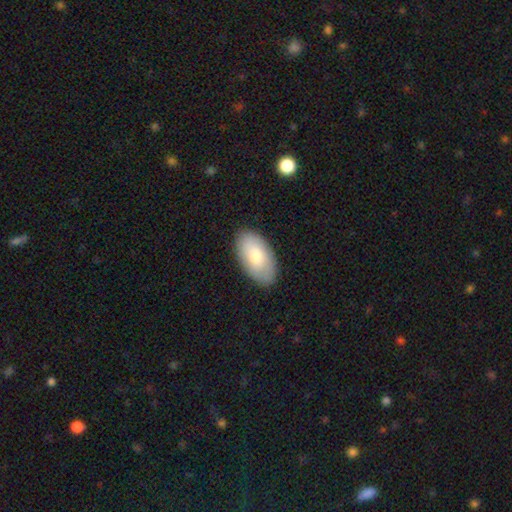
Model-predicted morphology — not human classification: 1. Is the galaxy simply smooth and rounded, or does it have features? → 79% smooth, 15% featured or disk, 6% star or artifact.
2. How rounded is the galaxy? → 96% in between, 3% round, 2% cigar-shaped.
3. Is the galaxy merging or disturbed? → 86% none, 10% minor disturbance, 2% major disturbance, 1% merger.